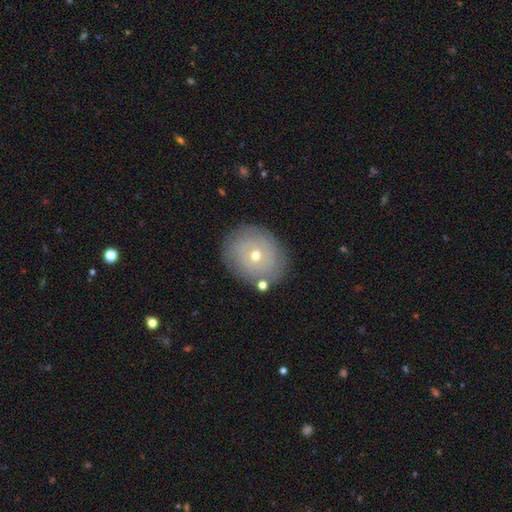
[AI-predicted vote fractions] The model was most divided on "bulge size": small: 50%, moderate: 47%, large: 1%, dominant: 1%, none: 1%. More confident: edge-on disk — no (96%); bar — no (83%); merging — none (82%); spiral arms — yes (58%); smooth or featured — featured or disk (53%).